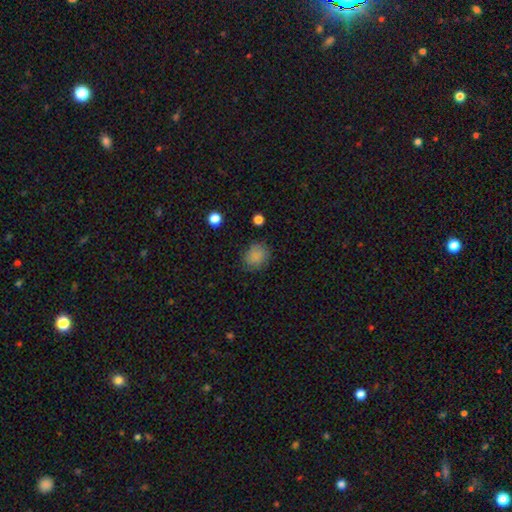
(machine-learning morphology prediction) The model was most divided on "how rounded": round: 67%, in between: 32%, cigar-shaped: 1%. More confident: smooth or featured — smooth (84%); merging — none (79%).